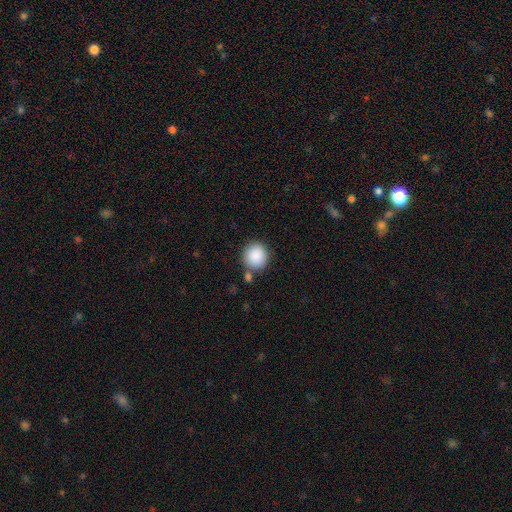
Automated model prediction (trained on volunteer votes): Smooth or featured: smooth — 89% (star or artifact — 8%)
How rounded: round — 91% (in between — 8%)
Merging: none — 78% (minor disturbance — 10%)